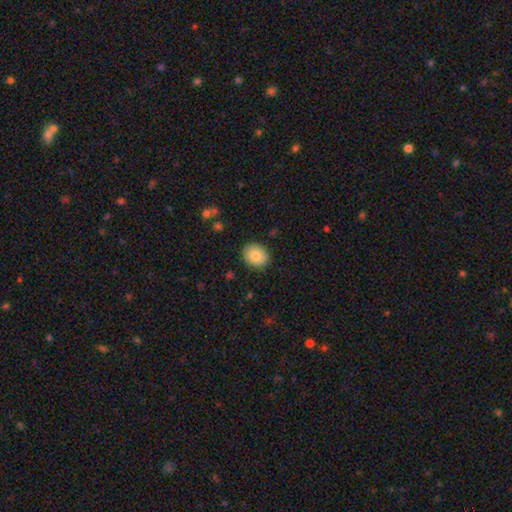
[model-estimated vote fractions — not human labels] The model was most divided on "how rounded": round: 63%, in between: 36%, cigar-shaped: 1%. More confident: merging — none (89%); smooth or featured — smooth (84%).